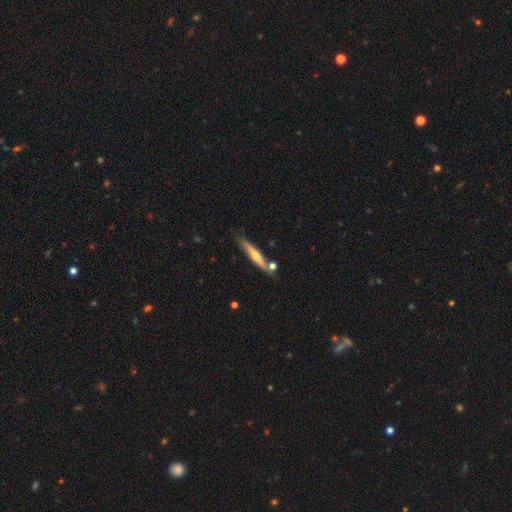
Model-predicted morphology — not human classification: Smooth or featured: featured or disk — 62% (smooth — 32%)
Edge-on disk: yes — 94% (no — 6%)
Edge-on bulge: rounded — 89% (none — 8%)
Merging: none — 74% (minor disturbance — 13%)